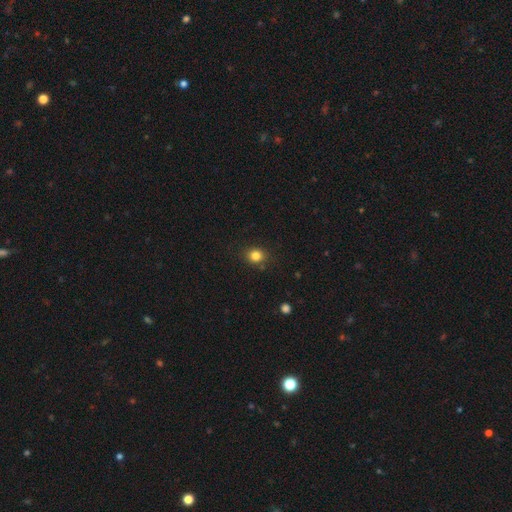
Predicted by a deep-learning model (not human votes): This appears to be a smooth galaxy with no disk features (83%) that is round (75%). Merging: none (86%).